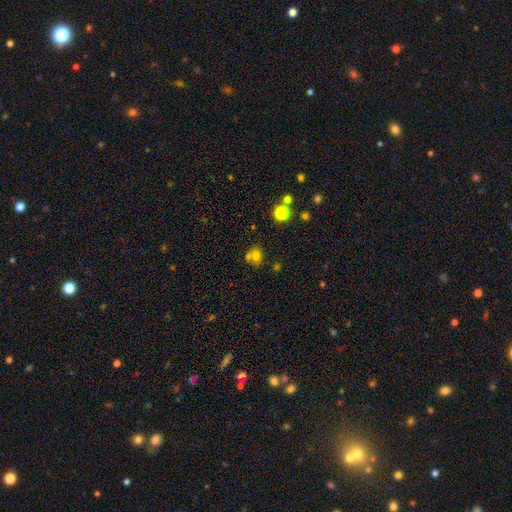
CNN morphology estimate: smooth_or_featured: smooth (p=0.70) [alt: star or artifact p=0.17]
how_rounded: in between (p=0.51) [alt: round p=0.47]
merging: none (p=0.53) [alt: merger p=0.29]